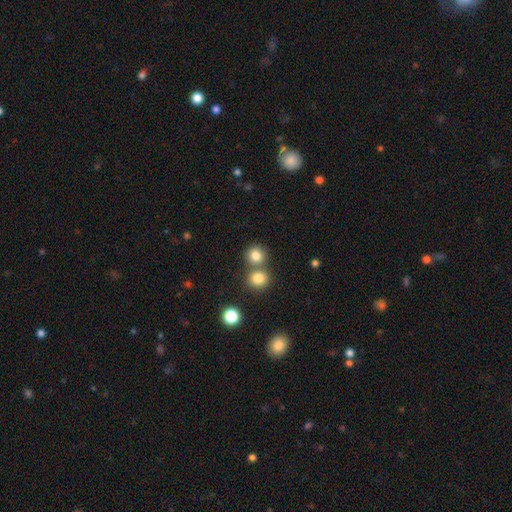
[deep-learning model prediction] This is clearly a smooth galaxy (81%). How rounded: clearly round (88%). Merging: possibly none (59%).